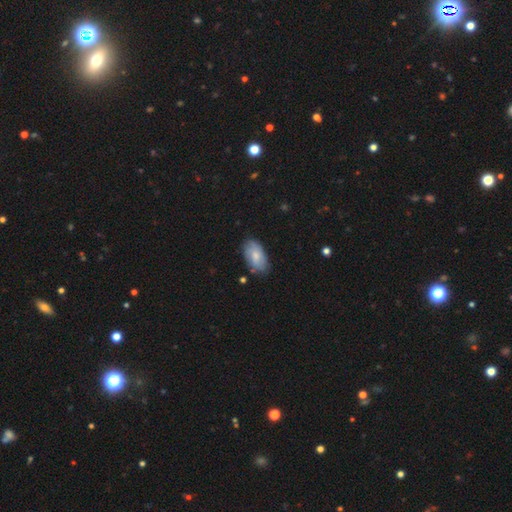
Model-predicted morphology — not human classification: This is likely a smooth galaxy (65%). How rounded: clearly in between (94%). Merging: likely none (75%).